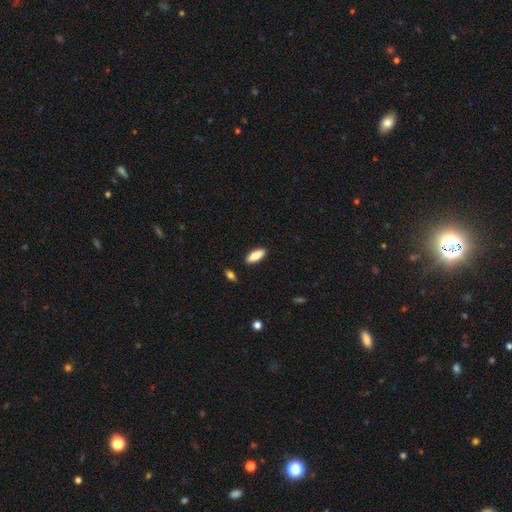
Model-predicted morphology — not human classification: smooth 84%, featured or disk 9%, star or artifact 6%. Down the decision tree: how rounded — in between (73%); merging — none (88%).